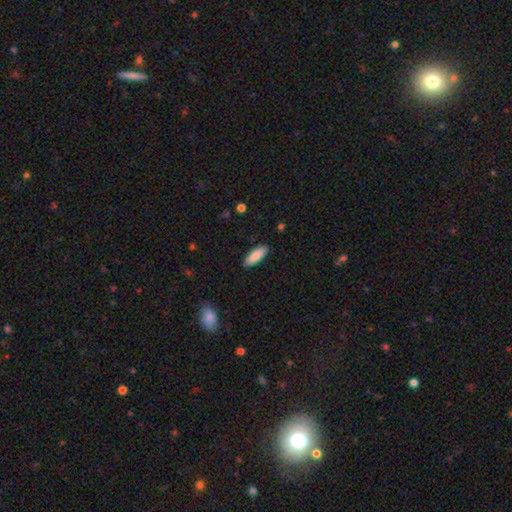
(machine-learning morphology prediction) A smooth galaxy with no disk features (89%) that is in between round and cigar-shaped (65%).

Vote fractions:
- Smooth or featured? smooth: 89% / star or artifact: 6% / featured or disk: 6%
- How rounded? in between: 65% / cigar-shaped: 33% / round: 2%
- Merging? none: 88% / minor disturbance: 9% / major disturbance: 2% / merger: 1%